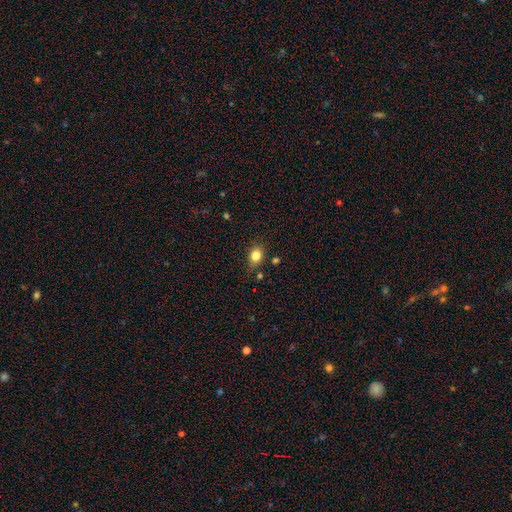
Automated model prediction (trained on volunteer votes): Overall: smooth (82%). How rounded: in between (56%; round 43%). Merging: none (76%).